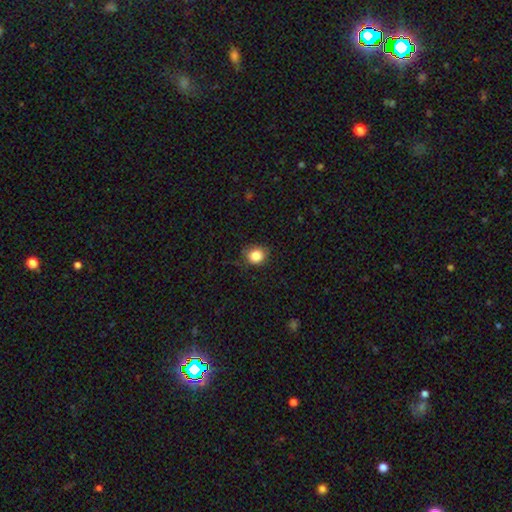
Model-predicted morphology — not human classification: The model was most divided on "how rounded": round: 78%, in between: 21%, cigar-shaped: 1%. More confident: smooth or featured — smooth (85%); merging — none (78%).